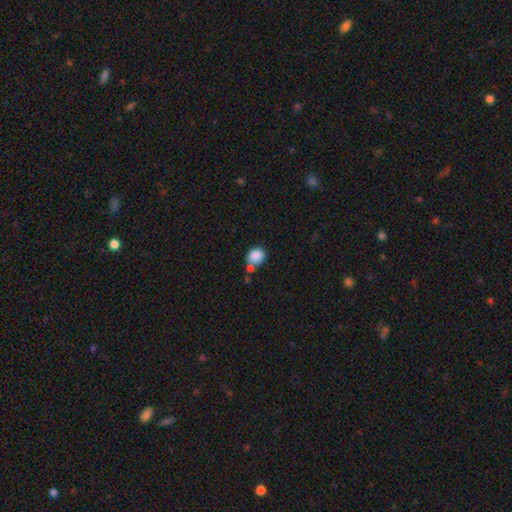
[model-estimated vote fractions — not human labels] Smooth or featured? Predicted: smooth (p=0.86). How rounded? Predicted: round (p=0.56). Merging? Predicted: none (p=0.52).